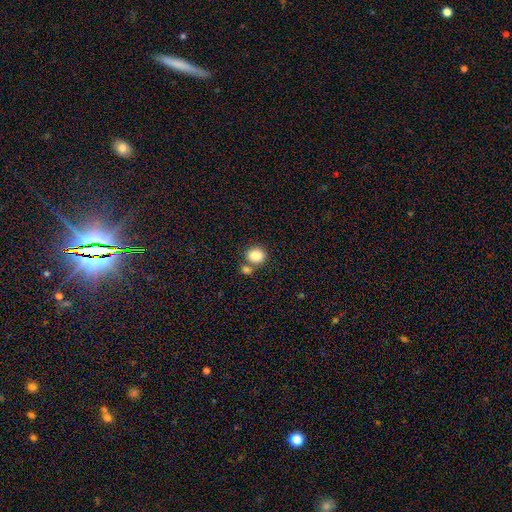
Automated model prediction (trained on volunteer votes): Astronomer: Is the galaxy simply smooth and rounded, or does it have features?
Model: smooth — 86%.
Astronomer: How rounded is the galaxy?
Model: round — 63%.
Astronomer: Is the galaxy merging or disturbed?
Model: none — 57%.